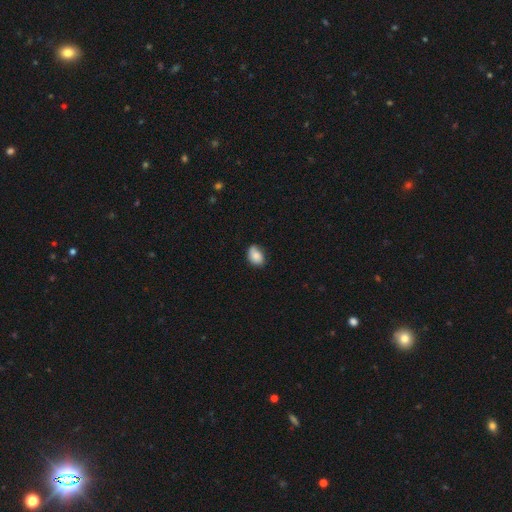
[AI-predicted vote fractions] smooth_or_featured: smooth (p=0.82) [alt: featured or disk p=0.10]
how_rounded: in between (p=0.81) [alt: round p=0.18]
merging: none (p=0.68) [alt: minor disturbance p=0.26]